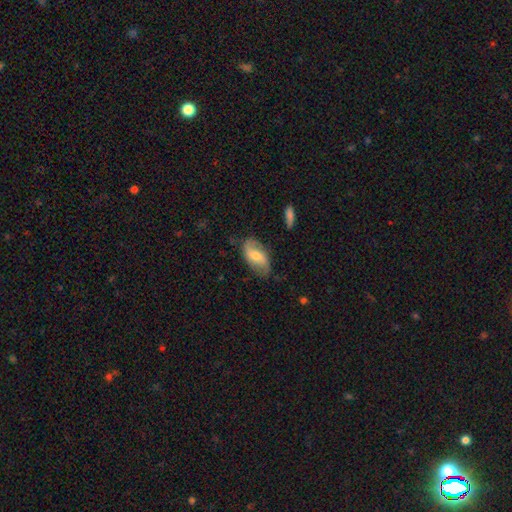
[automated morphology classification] The model was most divided on "smooth or featured": featured or disk: 49%, smooth: 44%, star or artifact: 7%. More confident: merging — none (68%).